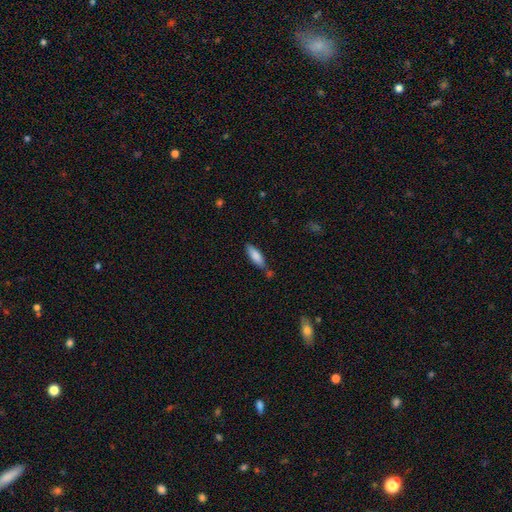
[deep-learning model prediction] Smooth or featured?
  - smooth: 81% *
  - featured or disk: 12%
  - star or artifact: 6%
How rounded?
  - in between: 50% *
  - cigar-shaped: 49%
  - round: 2%
Merging?
  - none: 68% *
  - minor disturbance: 18%
  - merger: 10%
  - major disturbance: 4%